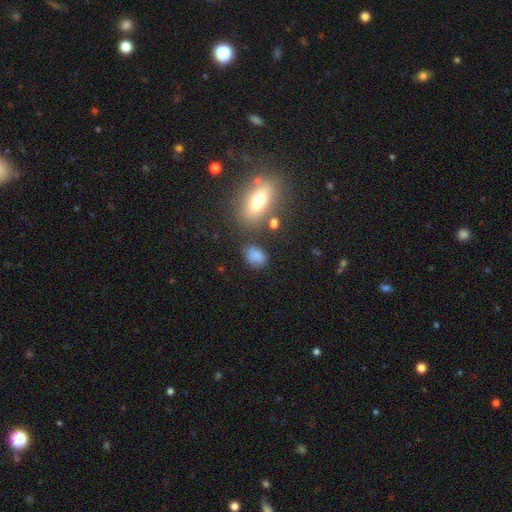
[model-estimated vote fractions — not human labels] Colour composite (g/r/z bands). It shows a smooth galaxy with no disk features (81%) that is in between round and cigar-shaped (78%). Merging: none (67%).